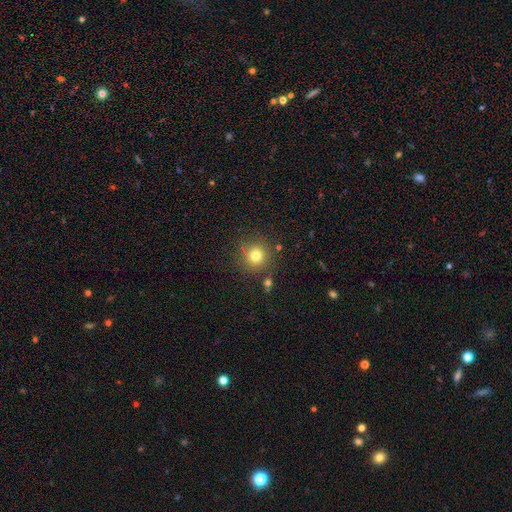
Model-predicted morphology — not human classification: smooth-or-featured: smooth: 76% | star or artifact: 15% | featured or disk: 9%
  how-rounded: round: 93% | in between: 6% | cigar-shaped: 1%
  merging: none: 81% | minor disturbance: 10% | merger: 5% | major disturbance: 4%